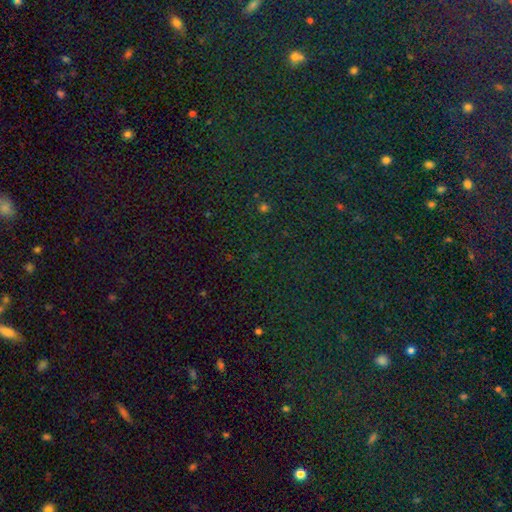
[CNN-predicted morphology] Q: Smooth or featured?
A: star or artifact (79%); runner-up: smooth (13%)